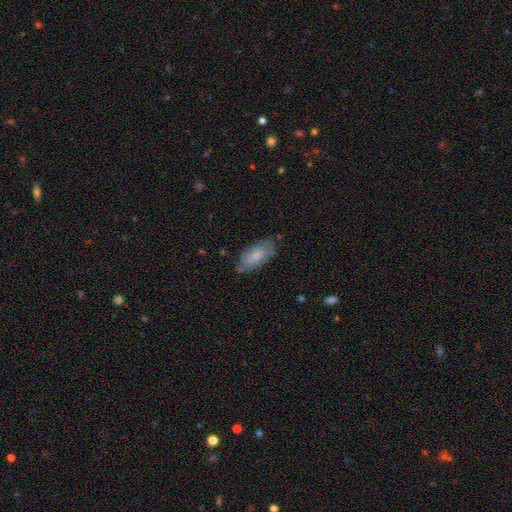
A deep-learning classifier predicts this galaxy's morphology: This appears to be a smooth galaxy with no disk features (68%) that is in between round and cigar-shaped (90%). Merging: none (65%).